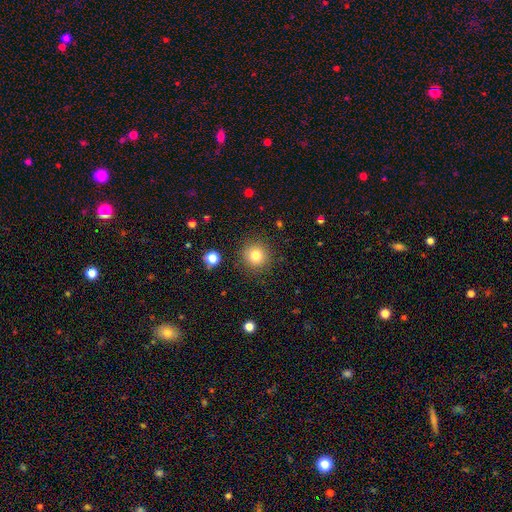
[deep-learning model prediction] Smooth or featured?
  - smooth: 81% *
  - star or artifact: 12%
  - featured or disk: 7%
How rounded?
  - round: 93% *
  - in between: 6%
  - cigar-shaped: 1%
Merging?
  - none: 89% *
  - minor disturbance: 7%
  - major disturbance: 3%
  - merger: 2%